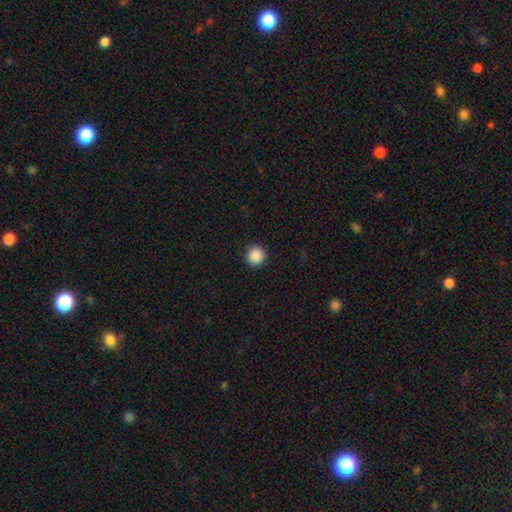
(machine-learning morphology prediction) A smooth galaxy with no disk features (89%) that is round (95%).

Vote fractions:
- Smooth or featured? smooth: 89% / star or artifact: 9% / featured or disk: 2%
- How rounded? round: 95% / in between: 4% / cigar-shaped: 1%
- Merging? none: 92% / minor disturbance: 5% / major disturbance: 2% / merger: 1%